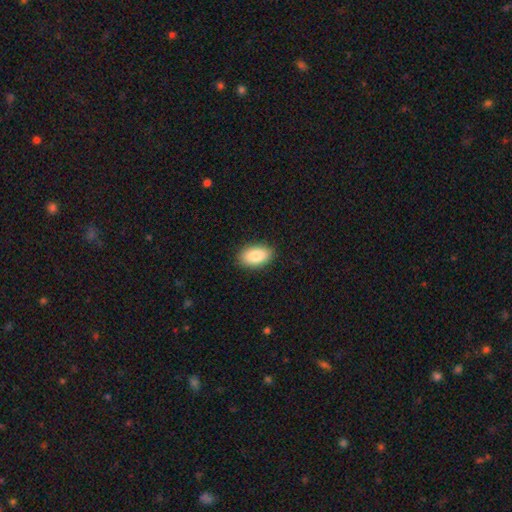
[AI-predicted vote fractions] A smooth galaxy with no disk features (87%) that is in between round and cigar-shaped (93%).

Vote fractions:
- Smooth or featured? smooth: 87% / featured or disk: 7% / star or artifact: 7%
- How rounded? in between: 93% / round: 5% / cigar-shaped: 2%
- Merging? none: 89% / minor disturbance: 8% / major disturbance: 2% / merger: 1%